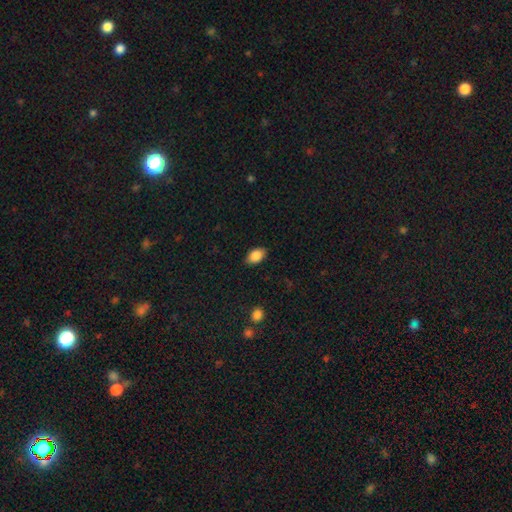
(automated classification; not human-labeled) Smooth or featured? smooth (88%)
How rounded? in between (90%)
Merging? none (86%)